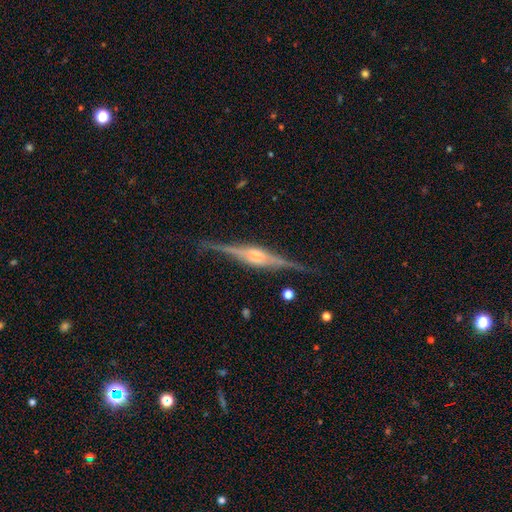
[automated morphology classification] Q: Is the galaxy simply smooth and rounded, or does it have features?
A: featured or disk — 87%.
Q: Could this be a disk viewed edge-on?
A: yes — 98%.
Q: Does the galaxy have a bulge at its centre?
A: rounded — 64%.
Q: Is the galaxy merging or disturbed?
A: none — 87%.